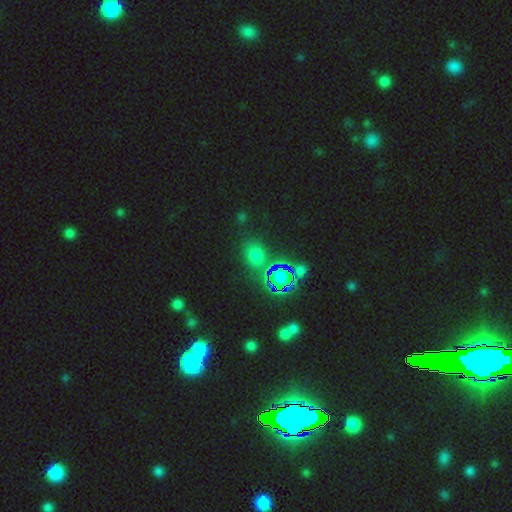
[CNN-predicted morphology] Smooth or featured: smooth — 47% (star or artifact — 45%)
Merging: none — 80% (minor disturbance — 11%)